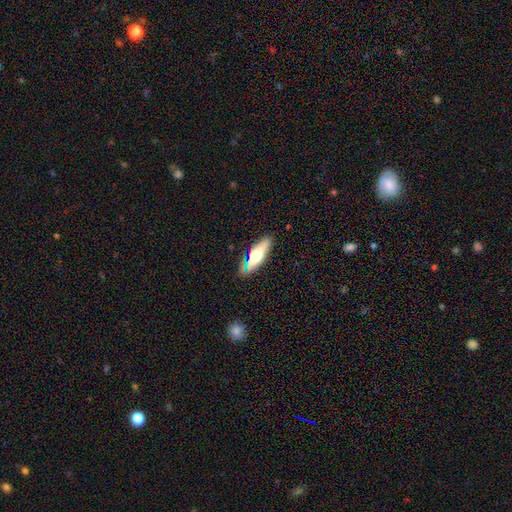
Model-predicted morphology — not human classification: smooth-or-featured: smooth: 55% | featured or disk: 37% | star or artifact: 8%
  how-rounded: in between: 54% | cigar-shaped: 43% | round: 3%
  merging: none: 84% | minor disturbance: 12% | major disturbance: 3% | merger: 2%